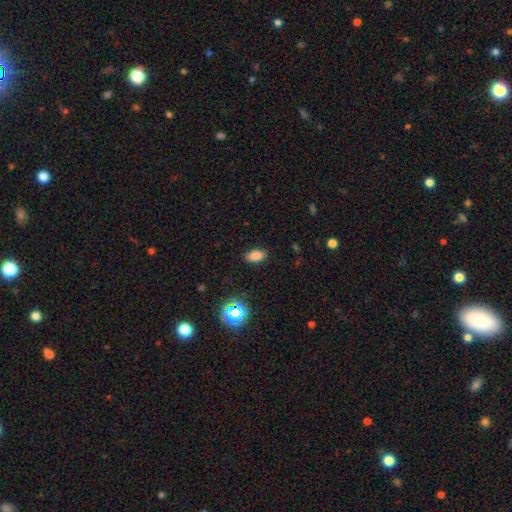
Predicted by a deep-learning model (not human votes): Overall: smooth (78%). How rounded: in between (89%). Merging: none (87%).